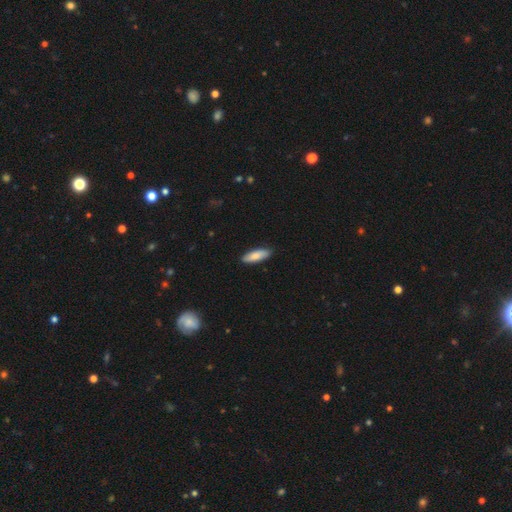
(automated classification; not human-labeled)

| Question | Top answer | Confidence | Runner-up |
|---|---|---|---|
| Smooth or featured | smooth | 80% | featured or disk (14%) |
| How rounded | in between | 62% | cigar-shaped (37%) |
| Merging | none | 89% | minor disturbance (9%) |